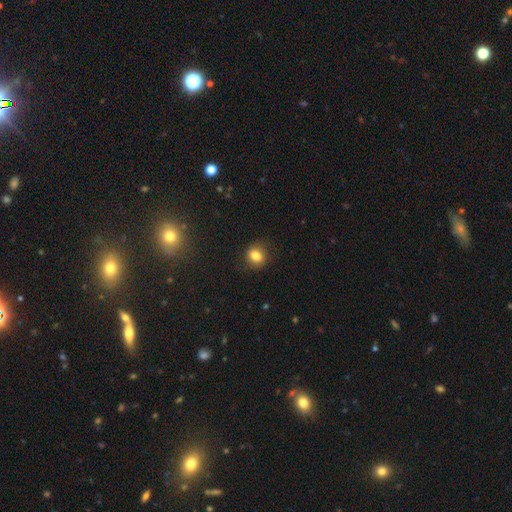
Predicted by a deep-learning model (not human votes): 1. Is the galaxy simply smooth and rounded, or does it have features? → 80% smooth, 11% star or artifact, 9% featured or disk.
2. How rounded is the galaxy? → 65% round, 34% in between, 1% cigar-shaped.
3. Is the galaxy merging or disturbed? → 82% none, 13% minor disturbance, 4% major disturbance, 1% merger.